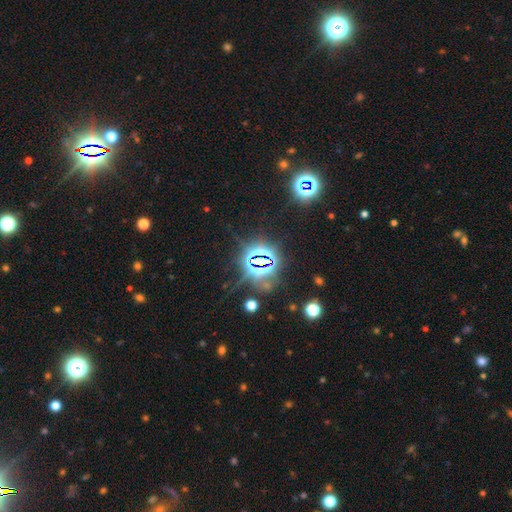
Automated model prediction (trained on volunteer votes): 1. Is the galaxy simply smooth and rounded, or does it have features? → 80% star or artifact, 11% smooth, 9% featured or disk.